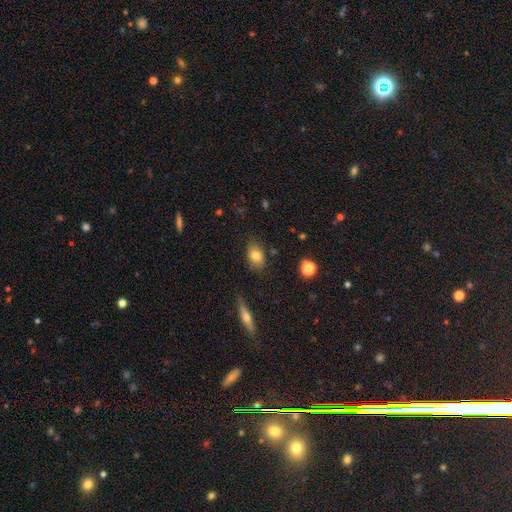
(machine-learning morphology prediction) This appears to be a smooth galaxy with no disk features (78%) that is in between round and cigar-shaped (78%). Merging: none (79%).